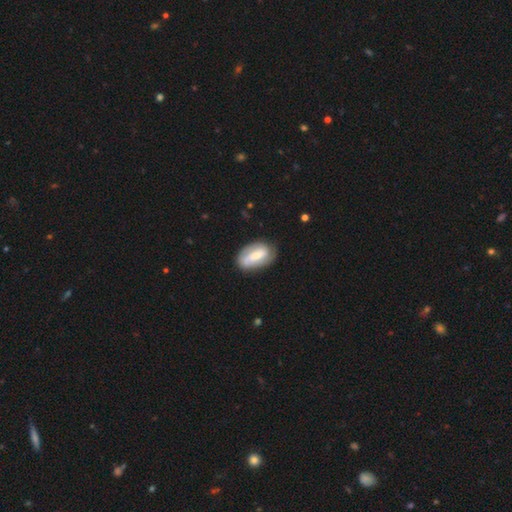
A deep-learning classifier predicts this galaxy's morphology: Smooth or featured?
  - featured or disk: 57% *
  - smooth: 37%
  - star or artifact: 6%
Edge-on disk?
  - no: 94% *
  - yes: 6%
Bar?
  - strong: 45% *
  - weak: 37%
  - no: 18%
Spiral arms?
  - yes: 76% *
  - no: 24%
Bulge size?
  - small: 44% *
  - moderate: 42%
  - large: 7%
  - none: 5%
  - dominant: 2%
Merging?
  - none: 74% *
  - minor disturbance: 19%
  - major disturbance: 5%
  - merger: 2%